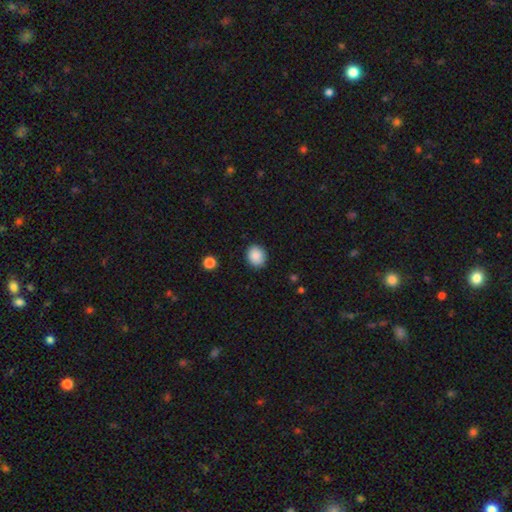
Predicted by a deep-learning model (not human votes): A smooth galaxy with no disk features (88%) that is round (64%).

Vote fractions:
- Smooth or featured? smooth: 88% / star or artifact: 8% / featured or disk: 3%
- How rounded? round: 64% / in between: 35% / cigar-shaped: 1%
- Merging? none: 88% / minor disturbance: 9% / major disturbance: 2% / merger: 1%